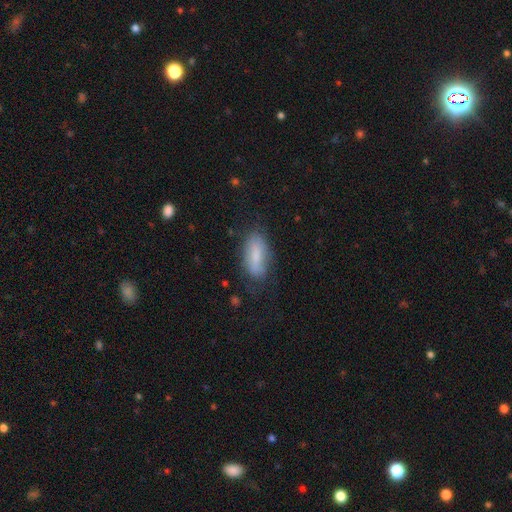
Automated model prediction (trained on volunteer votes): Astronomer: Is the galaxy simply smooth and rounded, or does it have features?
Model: smooth — 71%.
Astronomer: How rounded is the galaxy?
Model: in between — 78%.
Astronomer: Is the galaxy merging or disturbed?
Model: none — 71%.